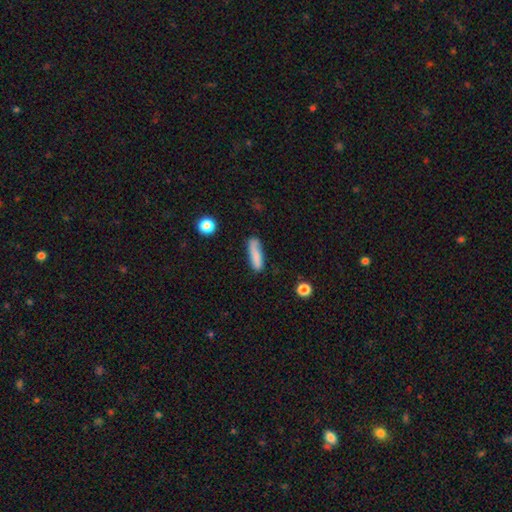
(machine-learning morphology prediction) Q: Smooth or featured?
A: smooth (81%); runner-up: featured or disk (12%)
Q: How rounded?
A: cigar-shaped (73%); runner-up: in between (25%)
Q: Merging?
A: none (67%); runner-up: minor disturbance (22%)